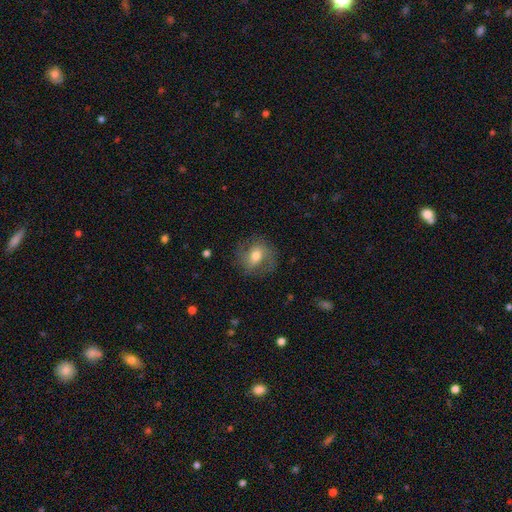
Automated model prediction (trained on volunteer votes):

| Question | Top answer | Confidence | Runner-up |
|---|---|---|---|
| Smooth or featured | featured or disk | 47% | smooth (43%) |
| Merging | none | 76% | minor disturbance (15%) |